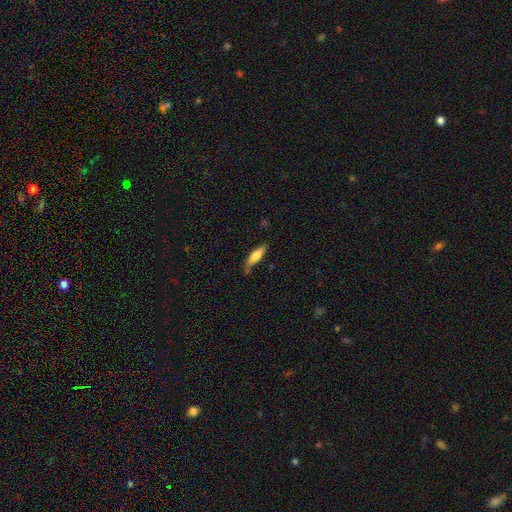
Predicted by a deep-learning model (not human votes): Overall: smooth (65%; featured or disk 28%). How rounded: cigar-shaped (63%; in between 35%). Merging: none (71%).